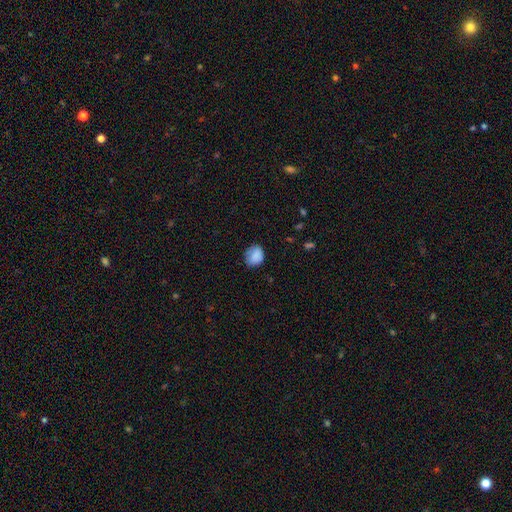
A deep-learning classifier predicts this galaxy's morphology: smooth 85%, star or artifact 8%, featured or disk 7%. Down the decision tree: how rounded — round (57%); merging — none (68%).